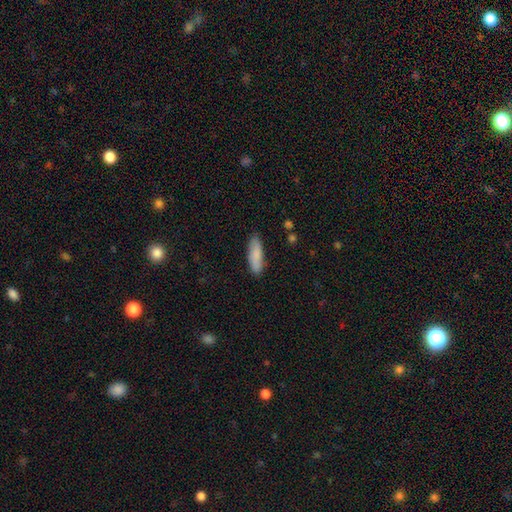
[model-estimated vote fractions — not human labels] Smooth or featured? smooth (83%)
How rounded? cigar-shaped (52%)
Merging? none (85%)